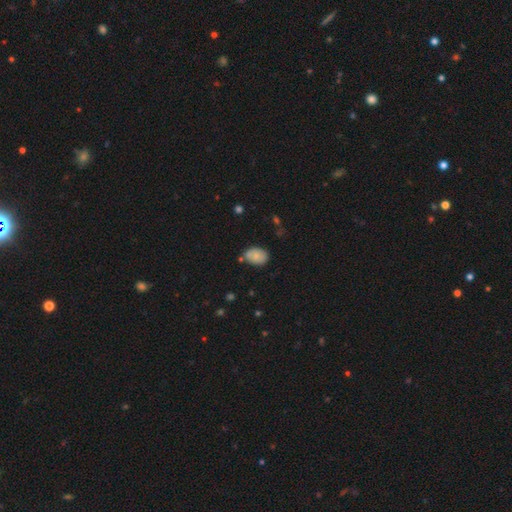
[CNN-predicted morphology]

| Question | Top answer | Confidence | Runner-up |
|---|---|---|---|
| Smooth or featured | smooth | 79% | featured or disk (13%) |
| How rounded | in between | 82% | round (17%) |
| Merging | none | 68% | minor disturbance (22%) |